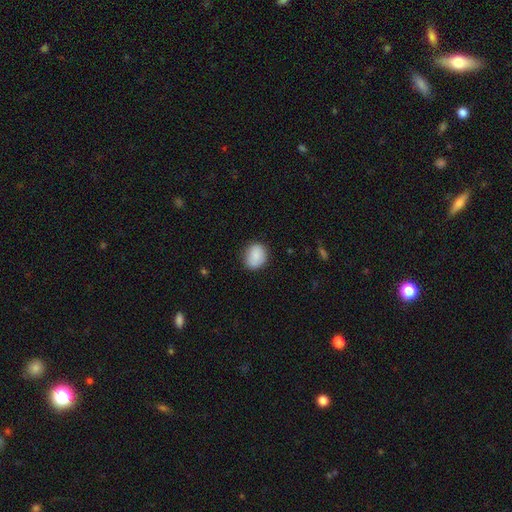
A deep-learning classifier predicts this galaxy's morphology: A smooth galaxy with no disk features (86%) that is round (62%). Merging: none (81%).